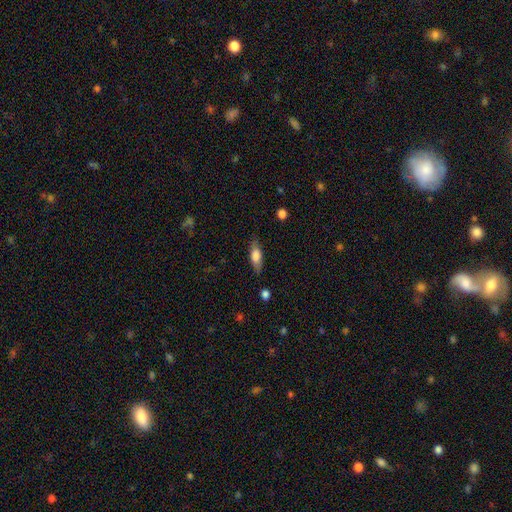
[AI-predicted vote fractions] A smooth galaxy with no disk features (70%) that is in between round and cigar-shaped (62%). Merging: none (81%).